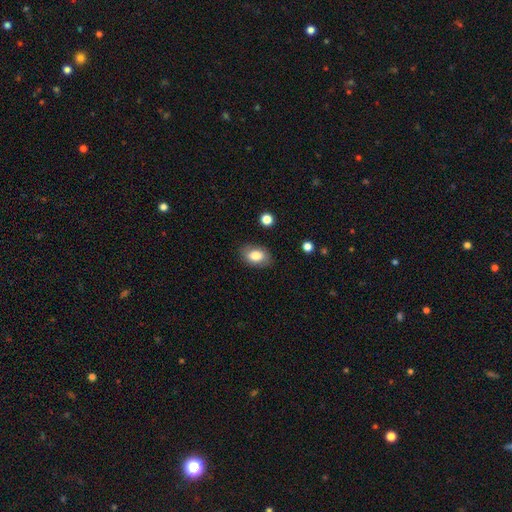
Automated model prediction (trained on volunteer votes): A smooth galaxy with no disk features (82%) that is in between round and cigar-shaped (84%). Merging: none (84%).